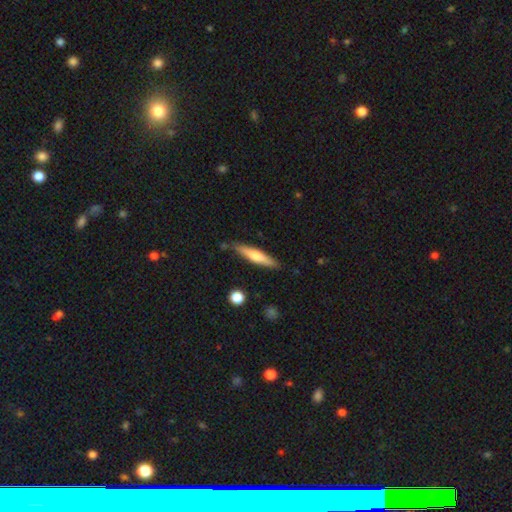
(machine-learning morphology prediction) Smooth or featured?
  - smooth: 56% *
  - featured or disk: 38%
  - star or artifact: 5%
How rounded?
  - cigar-shaped: 86% *
  - in between: 12%
  - round: 1%
Merging?
  - none: 84% *
  - minor disturbance: 12%
  - merger: 3%
  - major disturbance: 2%